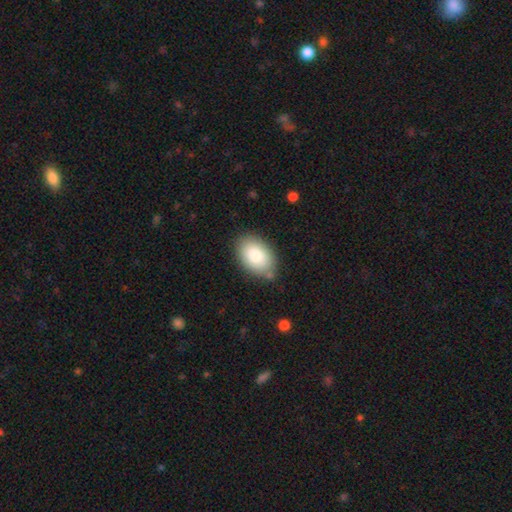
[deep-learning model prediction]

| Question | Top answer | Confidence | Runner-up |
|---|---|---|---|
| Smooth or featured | smooth | 85% | featured or disk (9%) |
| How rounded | in between | 90% | round (9%) |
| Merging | none | 80% | minor disturbance (14%) |